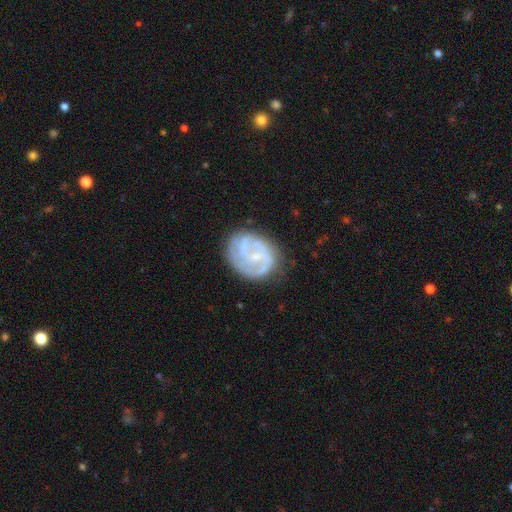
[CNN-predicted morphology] smooth-or-featured: featured or disk: 79% | smooth: 15% | star or artifact: 6%
  disk-edge-on: no: 98% | yes: 2%
    bar: no: 45% | weak: 42% | strong: 12%
    has-spiral-arms: yes: 89% | no: 11%
      spiral-winding: tight: 46% | medium: 40% | loose: 14%
      spiral-arm-count: 2: 56% | can't tell: 20% | 3: 13% | 1: 5% | 4: 3% | more than 4: 3%
    bulge-size: small: 66% | moderate: 21% | none: 11% | large: 1% | dominant: 1%
  merging: none: 73% | minor disturbance: 18% | major disturbance: 8% | merger: 2%